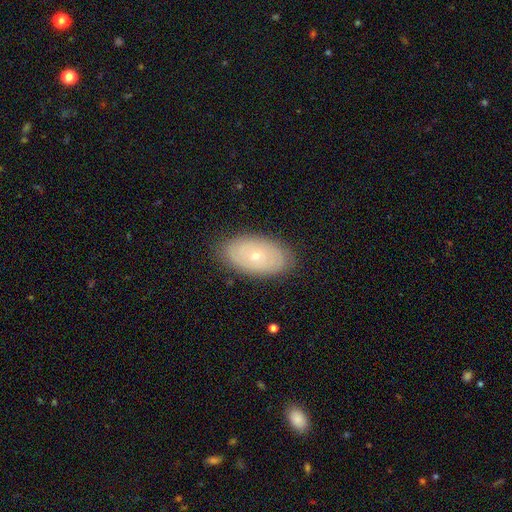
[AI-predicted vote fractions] Smooth or featured? Predicted: featured or disk (p=0.53). Edge-on disk? Predicted: no (p=0.91). Merging? Predicted: none (p=0.85).